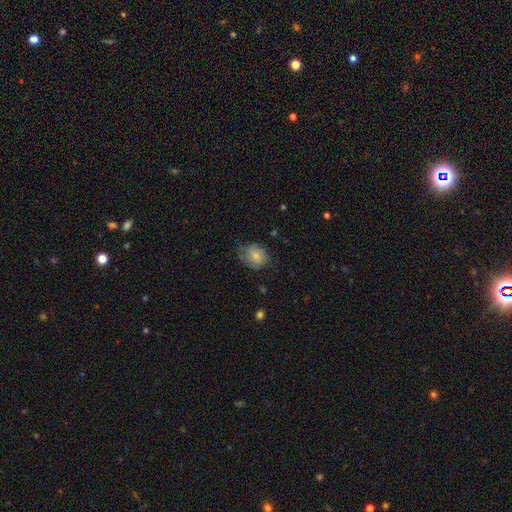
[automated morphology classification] smooth-or-featured: smooth: 66% | featured or disk: 27% | star or artifact: 8%
  how-rounded: round: 51% | in between: 48% | cigar-shaped: 1%
  merging: none: 46% | minor disturbance: 33% | major disturbance: 19% | merger: 2%